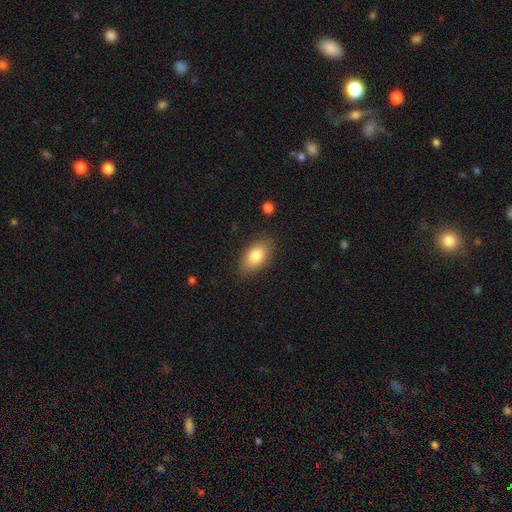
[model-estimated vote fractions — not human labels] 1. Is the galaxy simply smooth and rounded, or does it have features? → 81% smooth, 12% featured or disk, 7% star or artifact.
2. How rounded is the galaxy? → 91% in between, 6% round, 3% cigar-shaped.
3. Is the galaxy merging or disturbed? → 85% none, 11% minor disturbance, 3% major disturbance, 1% merger.